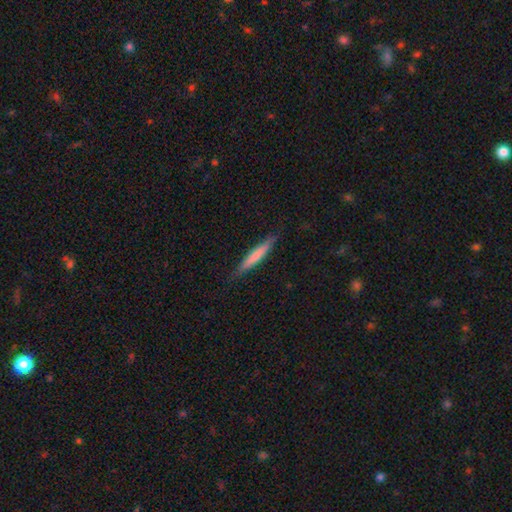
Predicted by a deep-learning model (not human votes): The model was most divided on "smooth or featured": smooth: 68%, featured or disk: 27%, star or artifact: 5%. More confident: how rounded — cigar-shaped (93%); merging — none (86%).